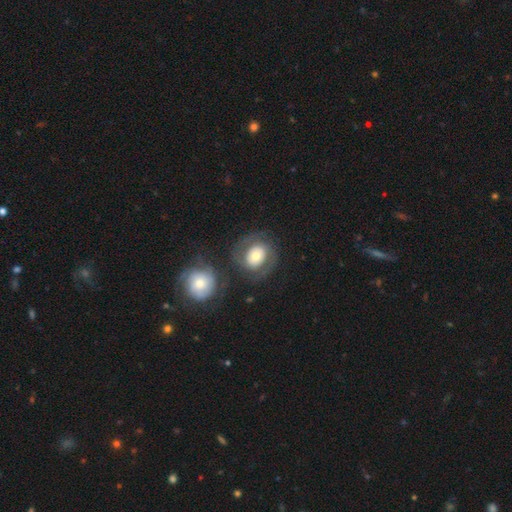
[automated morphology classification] Overall: featured or disk (49%; smooth 44%). Merging: none (67%).